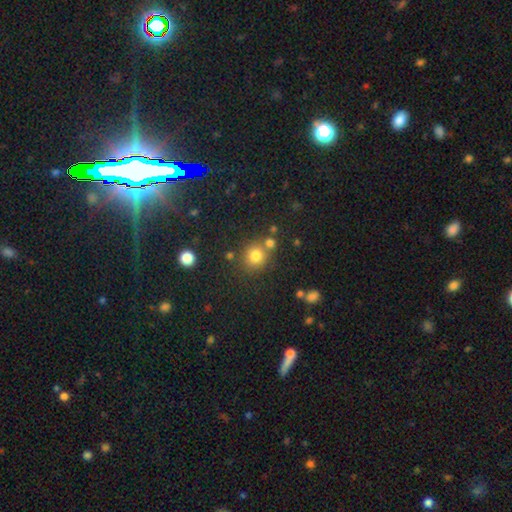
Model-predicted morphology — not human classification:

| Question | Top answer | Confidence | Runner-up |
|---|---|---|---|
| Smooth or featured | smooth | 77% | star or artifact (15%) |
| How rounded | round | 86% | in between (13%) |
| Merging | none | 71% | merger (16%) |